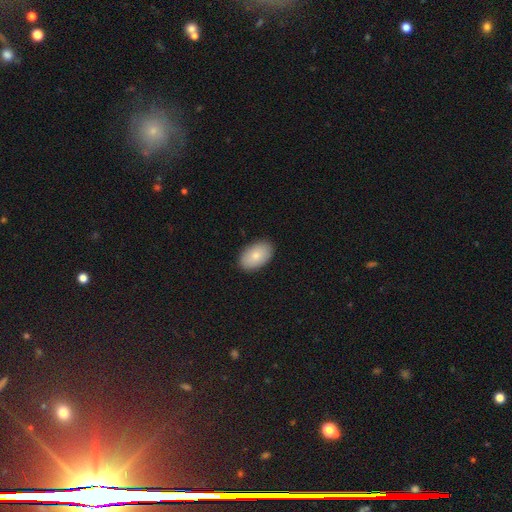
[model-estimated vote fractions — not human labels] Smooth or featured? smooth (84%)
How rounded? in between (93%)
Merging? none (89%)